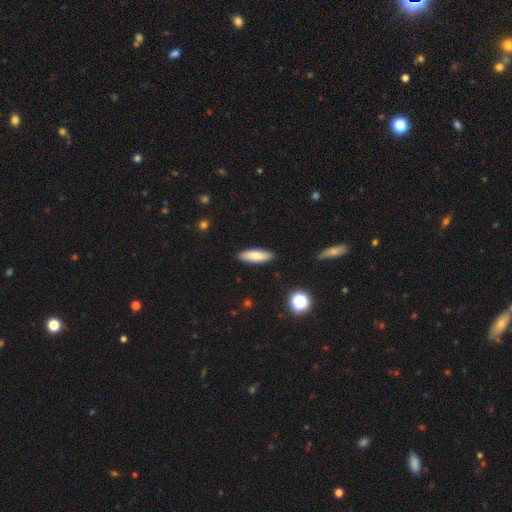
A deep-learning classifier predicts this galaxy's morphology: A smooth galaxy with no disk features (77%) that is in between round and cigar-shaped (51%). Merging: none (88%).